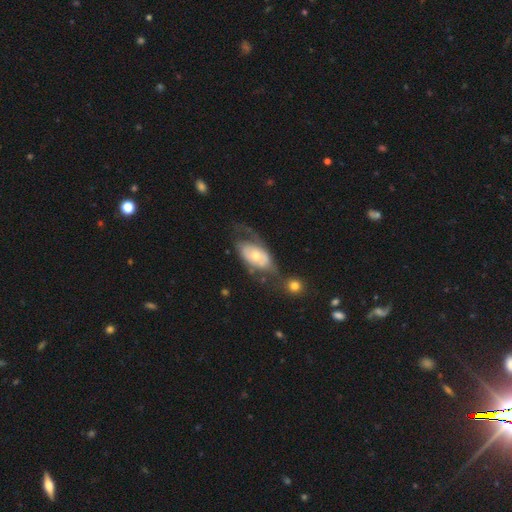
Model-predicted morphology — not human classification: featured or disk 58%, smooth 36%, star or artifact 6%. Down the decision tree: edge-on disk — no (90%); bar — no (82%); spiral arms — yes (51%); bulge size — moderate (58%); merging — none (34%).